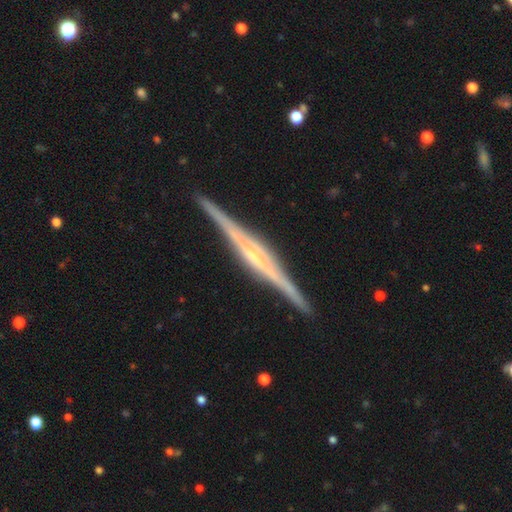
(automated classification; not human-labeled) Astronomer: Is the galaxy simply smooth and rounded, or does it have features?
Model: featured or disk — 90%.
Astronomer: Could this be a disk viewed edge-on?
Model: yes — 98%.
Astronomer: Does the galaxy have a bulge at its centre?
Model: rounded — 44% (runner-up: boxy, 42%).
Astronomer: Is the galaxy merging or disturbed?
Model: none — 91%.